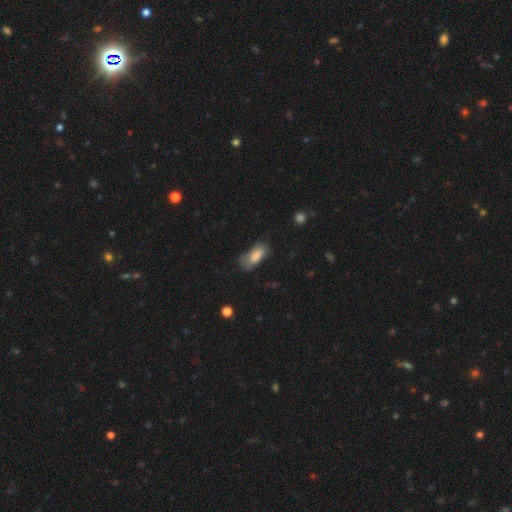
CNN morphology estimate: Overall: smooth (78%). How rounded: in between (89%). Merging: none (44%; minor disturbance 33%).